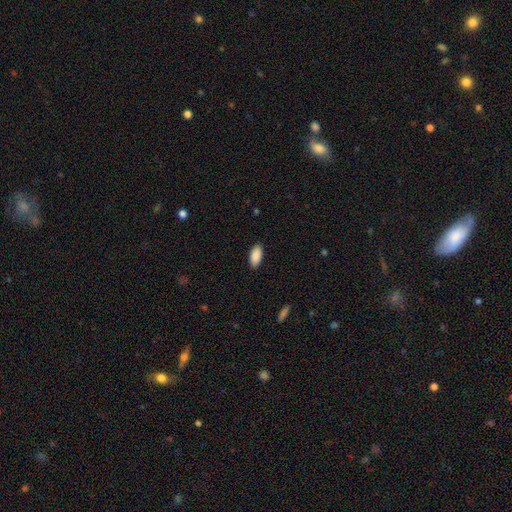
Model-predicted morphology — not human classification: This is clearly a smooth galaxy (91%). How rounded: clearly in between (90%). Merging: clearly none (89%).